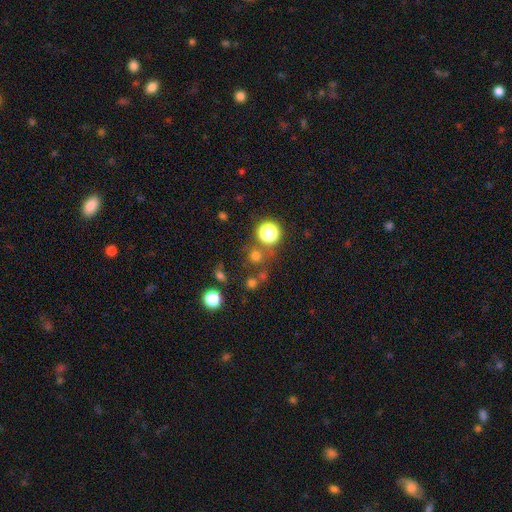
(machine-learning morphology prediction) type=smooth (65%); roundness=round (91%); merging=none (73%).